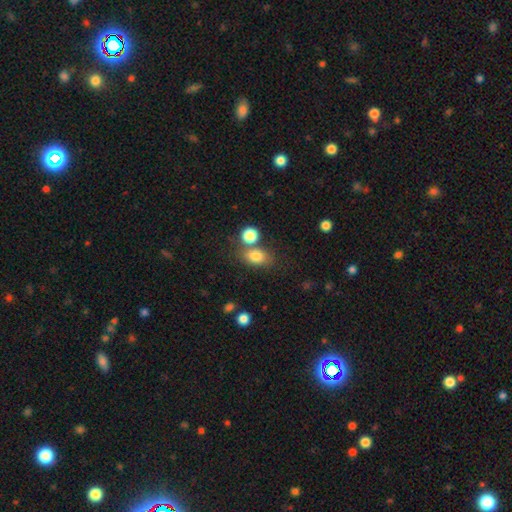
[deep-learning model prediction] Smooth or featured?
  - smooth: 80% *
  - star or artifact: 11%
  - featured or disk: 9%
How rounded?
  - in between: 73% *
  - round: 25%
  - cigar-shaped: 2%
Merging?
  - none: 61% *
  - merger: 21%
  - minor disturbance: 13%
  - major disturbance: 5%